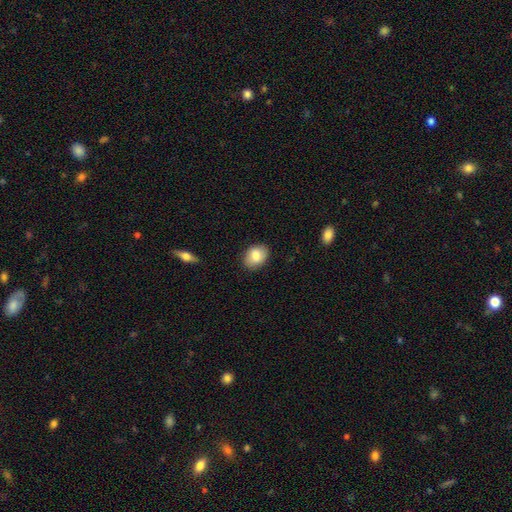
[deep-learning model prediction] Morphology: type=smooth (83%); roundness=in between (73%); merging=none (86%).